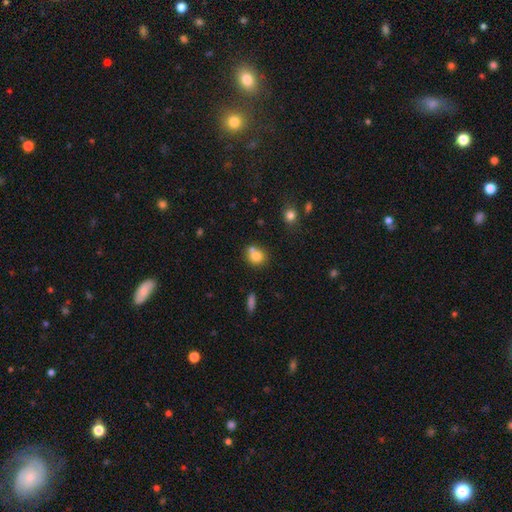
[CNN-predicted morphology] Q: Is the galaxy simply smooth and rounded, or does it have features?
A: smooth — 77%.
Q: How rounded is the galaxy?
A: round — 80%.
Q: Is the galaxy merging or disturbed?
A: none — 48%.